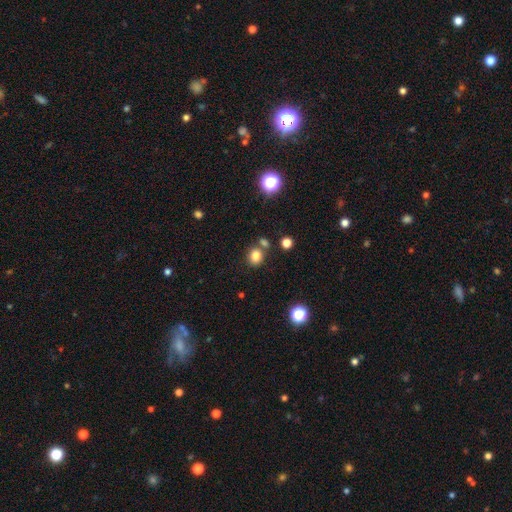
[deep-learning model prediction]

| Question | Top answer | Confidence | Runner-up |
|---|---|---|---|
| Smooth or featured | smooth | 81% | star or artifact (13%) |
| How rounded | round | 72% | in between (27%) |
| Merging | none | 70% | merger (17%) |